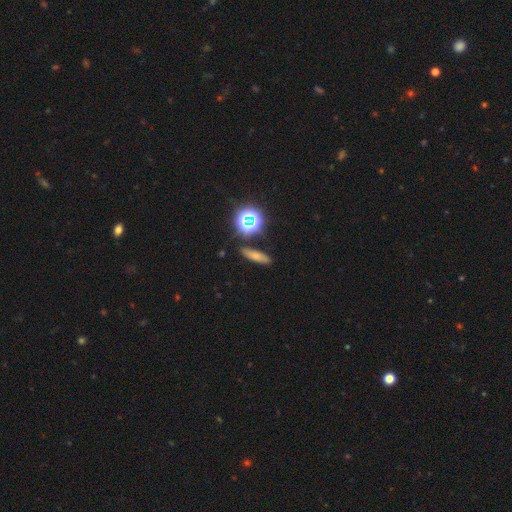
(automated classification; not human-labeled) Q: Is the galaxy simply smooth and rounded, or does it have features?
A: smooth — 64%.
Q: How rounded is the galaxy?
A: cigar-shaped — 58%.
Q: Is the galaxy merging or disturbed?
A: none — 85%.